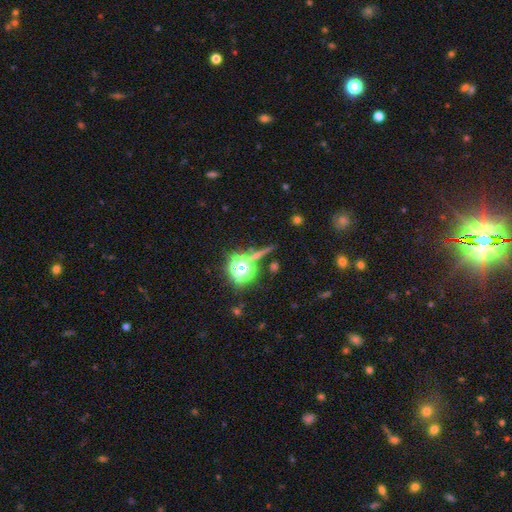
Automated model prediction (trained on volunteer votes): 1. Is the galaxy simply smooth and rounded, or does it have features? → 52% star or artifact, 30% smooth, 17% featured or disk.